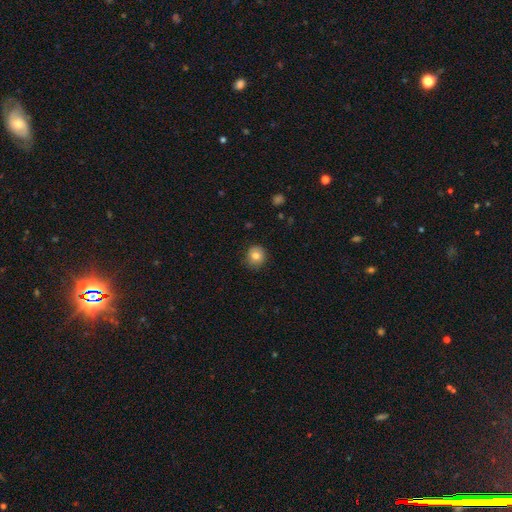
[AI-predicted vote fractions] Smooth or featured? smooth (79%)
How rounded? round (89%)
Merging? none (82%)